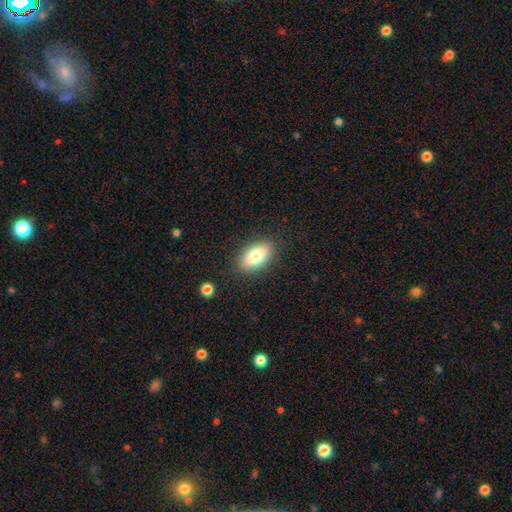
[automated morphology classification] Q: Smooth or featured?
A: smooth (80%); runner-up: featured or disk (13%)
Q: How rounded?
A: in between (90%); runner-up: cigar-shaped (5%)
Q: Merging?
A: none (86%); runner-up: minor disturbance (10%)